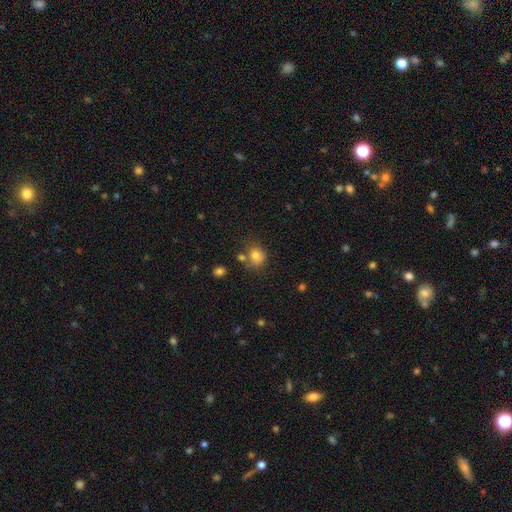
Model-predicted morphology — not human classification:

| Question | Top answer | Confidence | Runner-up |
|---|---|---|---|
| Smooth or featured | smooth | 79% | star or artifact (12%) |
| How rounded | round | 66% | in between (33%) |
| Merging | none | 58% | minor disturbance (20%) |